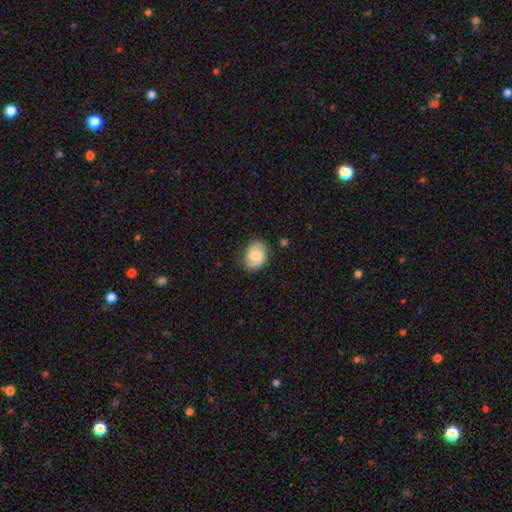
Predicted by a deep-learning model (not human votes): This appears to be a smooth galaxy with no disk features (56%) that is in between round and cigar-shaped (58%). Merging: none (77%).